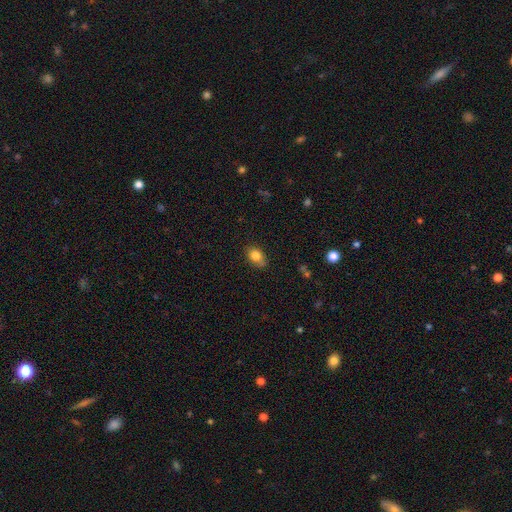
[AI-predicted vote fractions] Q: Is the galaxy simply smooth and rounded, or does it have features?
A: smooth — 82%.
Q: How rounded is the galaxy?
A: in between — 72%.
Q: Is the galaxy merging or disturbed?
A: none — 73%.